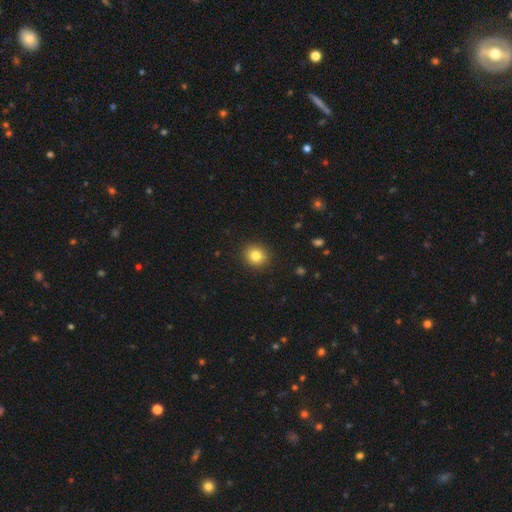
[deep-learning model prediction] Smooth or featured: smooth — 83% (star or artifact — 11%)
How rounded: round — 83% (in between — 16%)
Merging: none — 91% (minor disturbance — 6%)